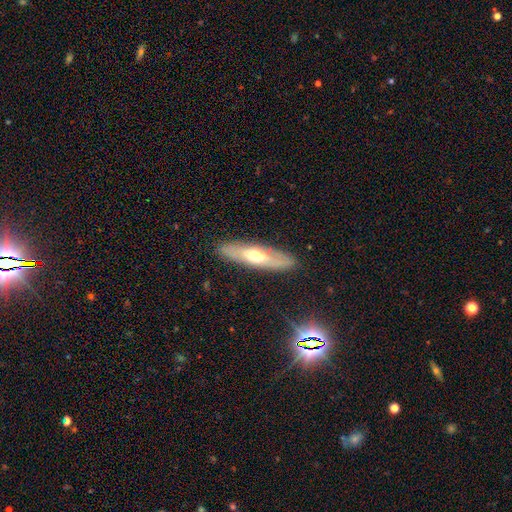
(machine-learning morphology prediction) The model was most divided on "edge-on disk": yes: 54%, no: 46%. More confident: merging — none (86%); smooth or featured — featured or disk (52%).